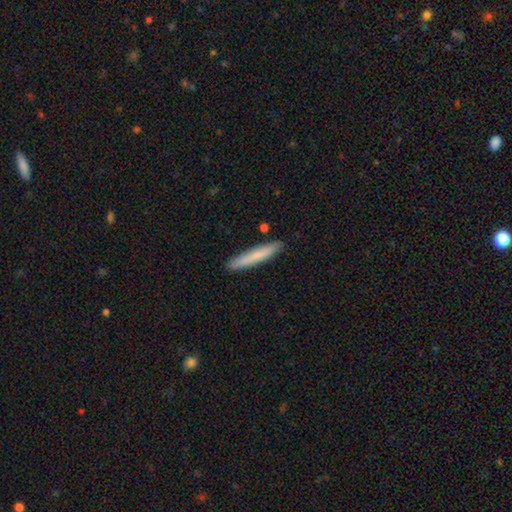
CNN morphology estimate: Smooth or featured?
  - smooth: 75% *
  - featured or disk: 19%
  - star or artifact: 6%
How rounded?
  - cigar-shaped: 94% *
  - in between: 4%
  - round: 1%
Merging?
  - none: 89% *
  - minor disturbance: 8%
  - merger: 2%
  - major disturbance: 2%